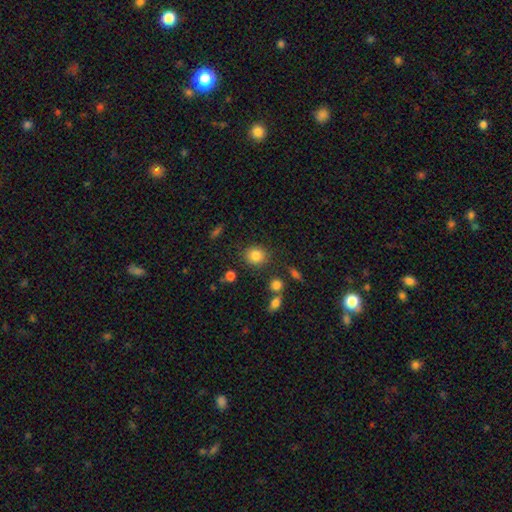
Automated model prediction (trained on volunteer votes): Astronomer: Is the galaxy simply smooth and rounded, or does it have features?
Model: smooth — 84%.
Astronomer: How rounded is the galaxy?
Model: round — 76%.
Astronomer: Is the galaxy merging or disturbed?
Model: none — 83%.